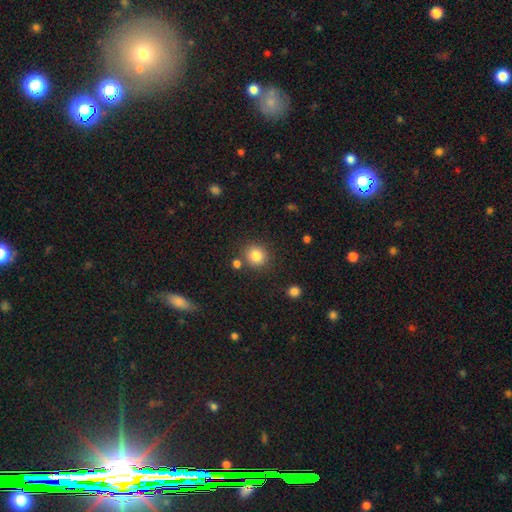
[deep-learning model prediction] This appears to be a smooth galaxy with no disk features (83%) that is round (88%). Merging: none (82%).